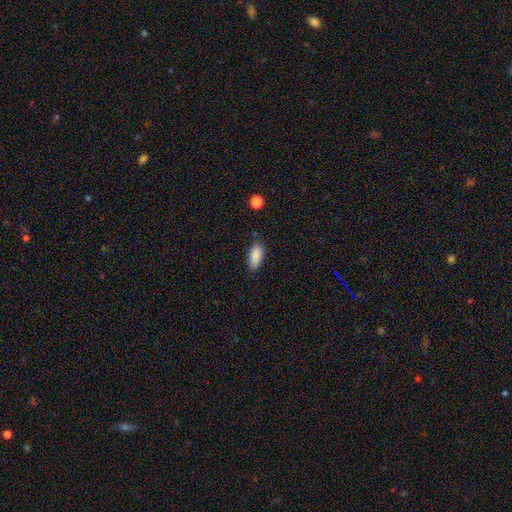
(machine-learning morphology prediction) Smooth or featured? smooth (88%)
How rounded? in between (87%)
Merging? none (80%)